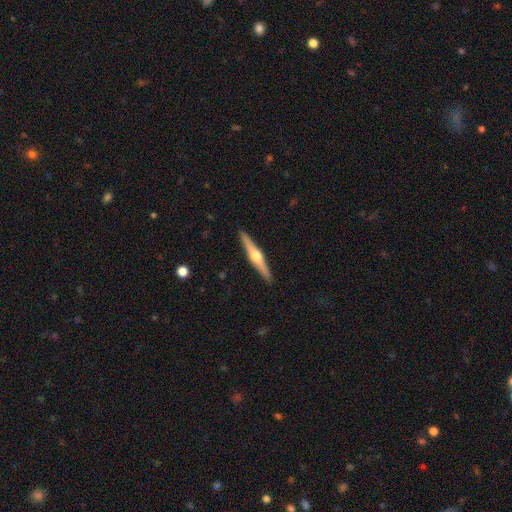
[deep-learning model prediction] smooth-or-featured: featured or disk: 70% | smooth: 25% | star or artifact: 5%
  disk-edge-on: yes: 98% | no: 2%
    edge-on-bulge: rounded: 94% | none: 3% | boxy: 3%
  merging: none: 92% | minor disturbance: 6% | major disturbance: 1% | merger: 1%